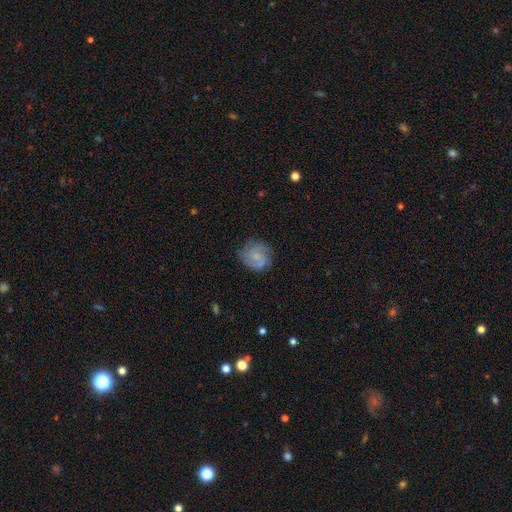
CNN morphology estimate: Overall: featured or disk (69%). Edge-on disk: no (98%). Bar: no (57%; weak 37%). Spiral arms: yes (93%). Spiral arm count: 2 (48%; 3 21%). Spiral winding: medium (43%, tied with tight). Bulge size: small (52%; none 27%). Merging: none (71%).